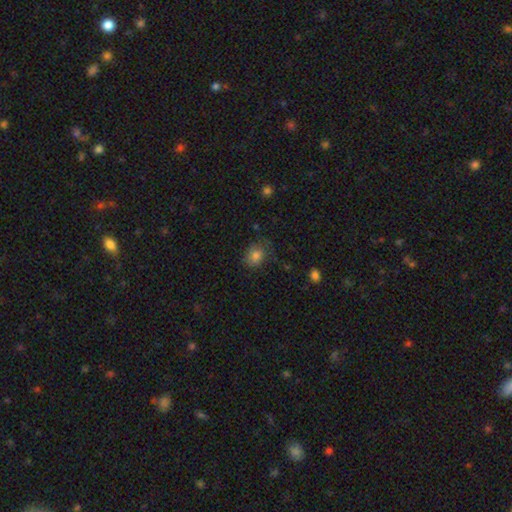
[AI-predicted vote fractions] The model was most divided on "how rounded": round: 57%, in between: 43%, cigar-shaped: 1%. More confident: smooth or featured — smooth (80%); merging — none (66%).